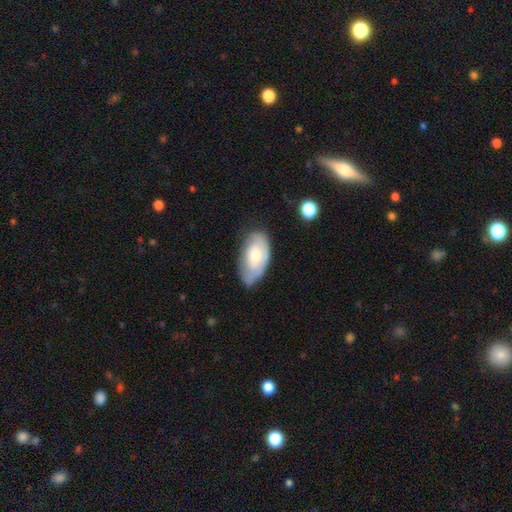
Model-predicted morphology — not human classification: Smooth or featured? smooth (53%)
How rounded? in between (93%)
Merging? none (62%)